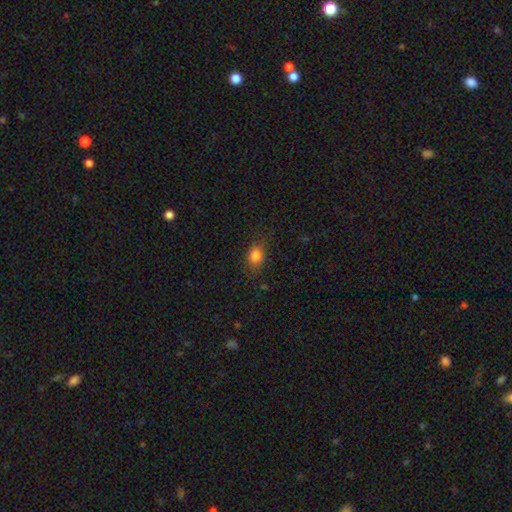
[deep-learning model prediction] Morphology: type=smooth (81%); roundness=in between (61%); merging=none (75%).